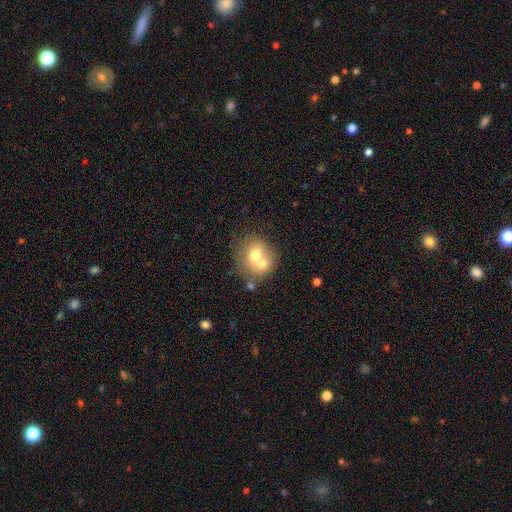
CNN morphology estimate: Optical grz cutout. It shows a smooth galaxy with no disk features (65%) that is round (75%). Merging: merger (52%).